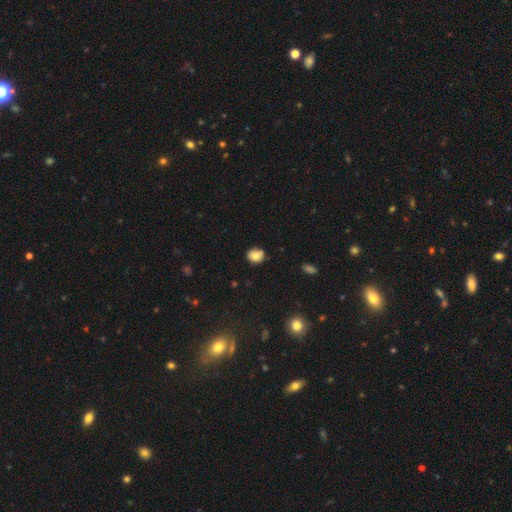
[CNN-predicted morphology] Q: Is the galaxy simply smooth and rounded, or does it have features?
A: smooth — 79%.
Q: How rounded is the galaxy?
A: round — 64%.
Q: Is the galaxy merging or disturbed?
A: none — 78%.